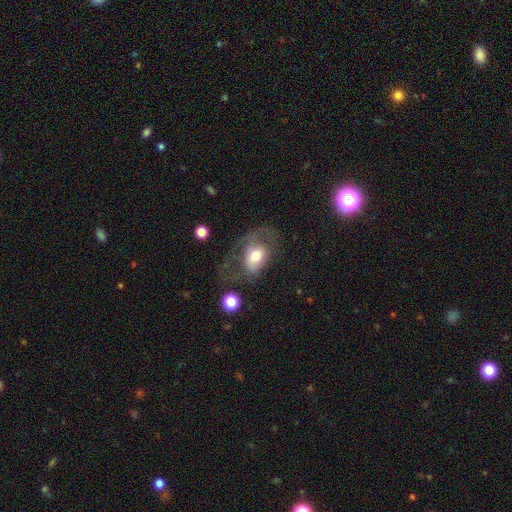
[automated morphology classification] Smooth or featured?
  - smooth: 58% *
  - featured or disk: 34%
  - star or artifact: 8%
How rounded?
  - in between: 72% *
  - round: 26%
  - cigar-shaped: 1%
Merging?
  - major disturbance: 46% *
  - none: 30%
  - minor disturbance: 21%
  - merger: 4%